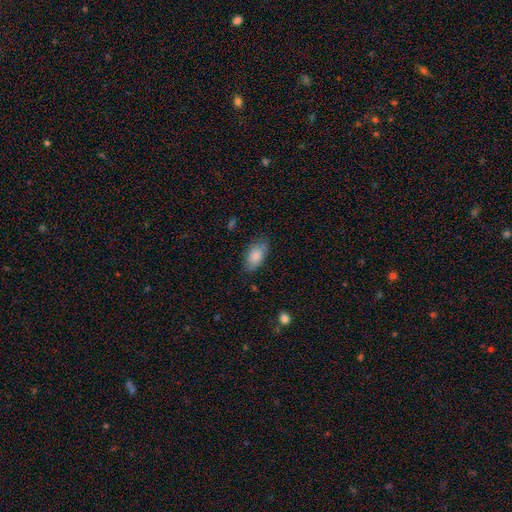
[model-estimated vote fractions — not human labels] This appears to be a smooth galaxy with no disk features (85%) that is in between round and cigar-shaped (92%). Merging: none (75%).